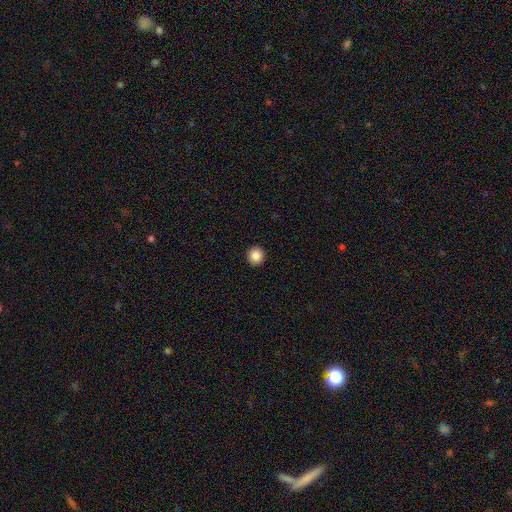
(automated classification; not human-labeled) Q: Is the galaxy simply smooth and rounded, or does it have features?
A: smooth — 86%.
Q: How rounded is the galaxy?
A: round — 94%.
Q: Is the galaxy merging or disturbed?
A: none — 94%.